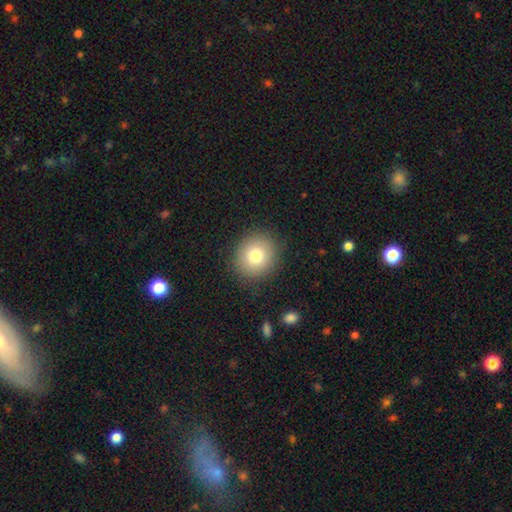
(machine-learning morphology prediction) This is likely a smooth galaxy (78%). How rounded: clearly round (86%). Merging: clearly none (88%).